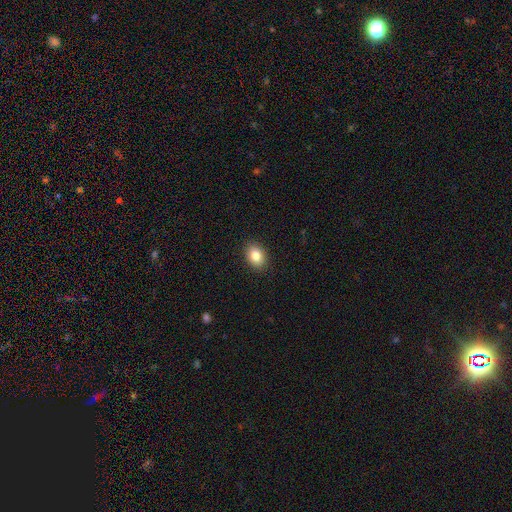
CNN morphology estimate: Smooth or featured: smooth — 86% (star or artifact — 8%)
How rounded: in between — 71% (round — 28%)
Merging: none — 90% (minor disturbance — 7%)